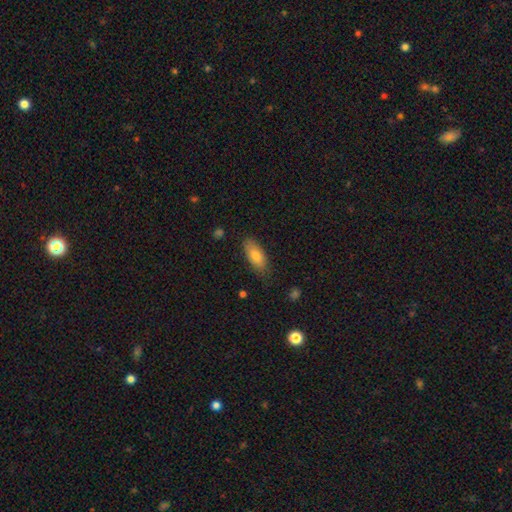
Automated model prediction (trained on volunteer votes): Smooth or featured? Predicted: smooth (p=0.78). How rounded? Predicted: in between (p=0.83). Merging? Predicted: none (p=0.81).